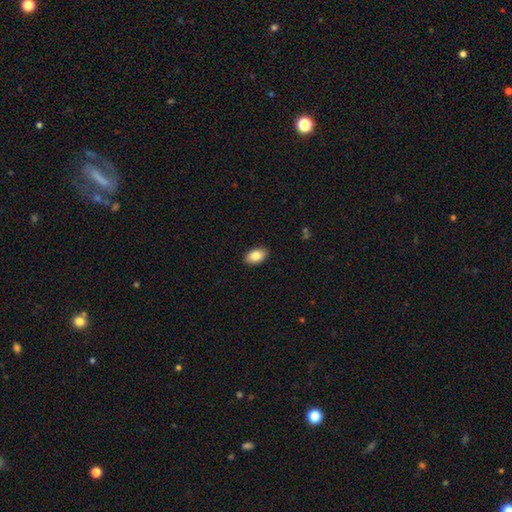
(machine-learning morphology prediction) Smooth or featured? smooth (85%)
How rounded? in between (92%)
Merging? none (90%)